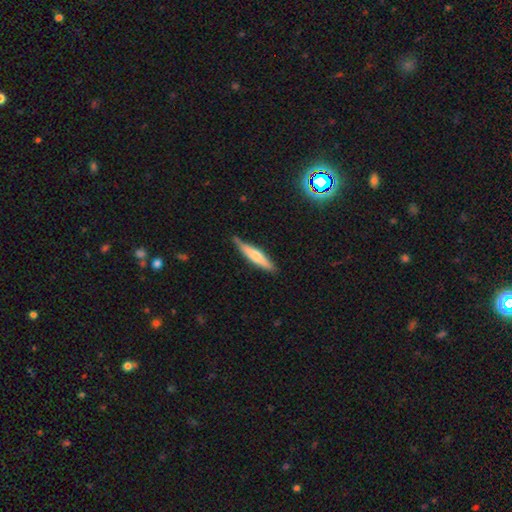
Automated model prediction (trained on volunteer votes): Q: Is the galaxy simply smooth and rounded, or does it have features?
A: smooth — 54%.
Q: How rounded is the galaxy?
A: cigar-shaped — 88%.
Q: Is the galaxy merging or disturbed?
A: none — 80%.